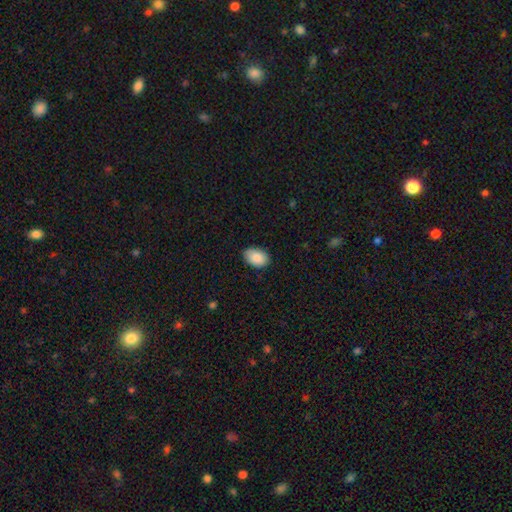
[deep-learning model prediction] This appears to be a smooth galaxy with no disk features (89%) that is in between round and cigar-shaped (85%). Merging: none (86%).